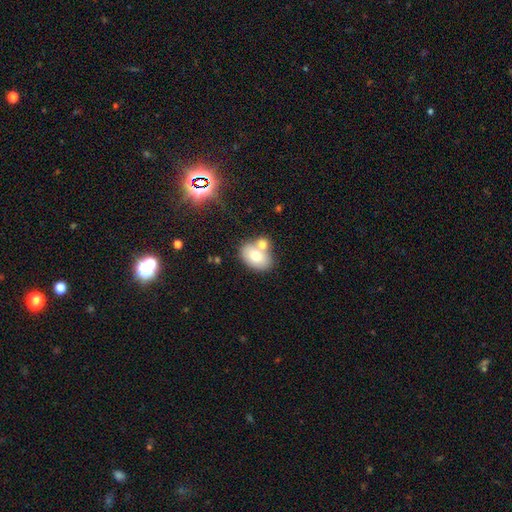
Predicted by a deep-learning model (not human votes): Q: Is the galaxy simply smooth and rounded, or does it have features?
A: smooth — 72%.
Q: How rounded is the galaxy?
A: in between — 80%.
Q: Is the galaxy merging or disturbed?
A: none — 45%.